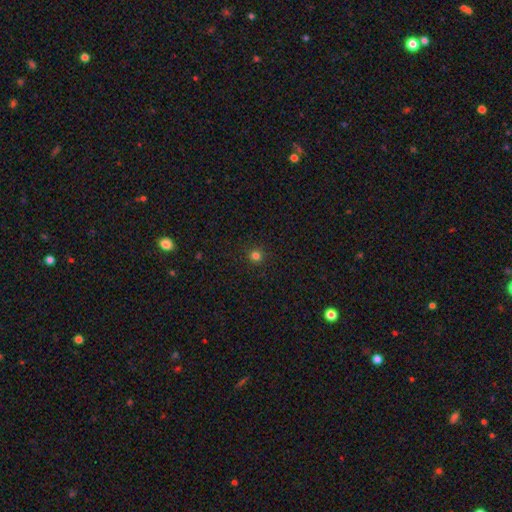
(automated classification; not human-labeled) Overall: smooth (79%). How rounded: round (94%). Merging: none (92%).